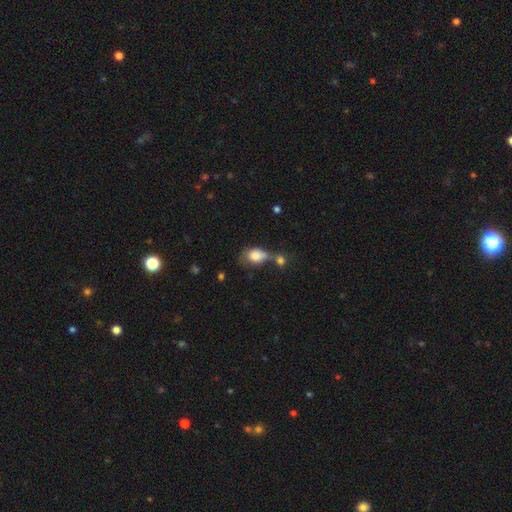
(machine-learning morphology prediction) Smooth or featured? Predicted: smooth (p=0.79). How rounded? Predicted: in between (p=0.72). Merging? Predicted: merger (p=0.39).